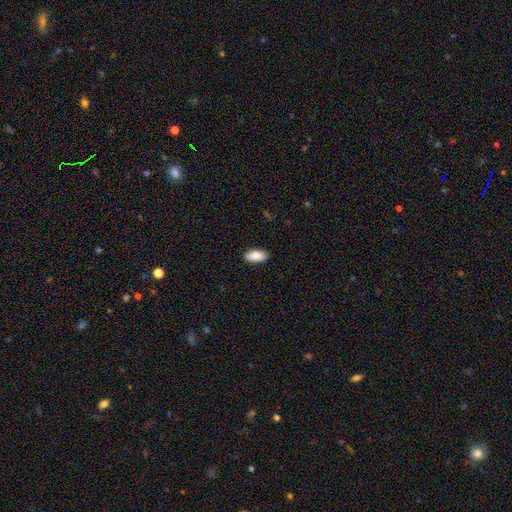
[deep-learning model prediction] Smooth or featured?
  - smooth: 86% *
  - featured or disk: 7%
  - star or artifact: 6%
How rounded?
  - in between: 89% *
  - cigar-shaped: 9%
  - round: 2%
Merging?
  - none: 89% *
  - minor disturbance: 8%
  - major disturbance: 2%
  - merger: 1%